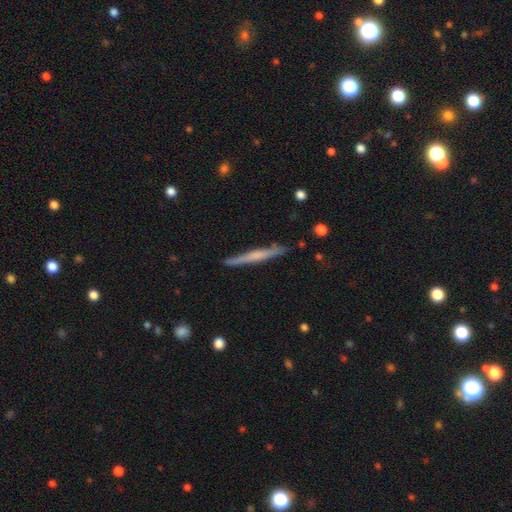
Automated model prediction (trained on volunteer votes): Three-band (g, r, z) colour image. It shows a featured or disk galaxy (53%) viewed edge-on (97%) with no central bulge (53%). Merging: none (88%).